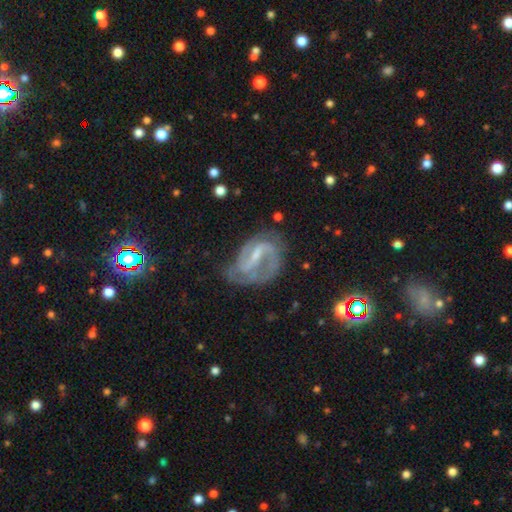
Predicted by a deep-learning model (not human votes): A featured or disk galaxy (84%) with a weak bar (47%), 2 (69%) medium (49%) spiral arms (93%) and a small central bulge (56%). Merging: none (55%).